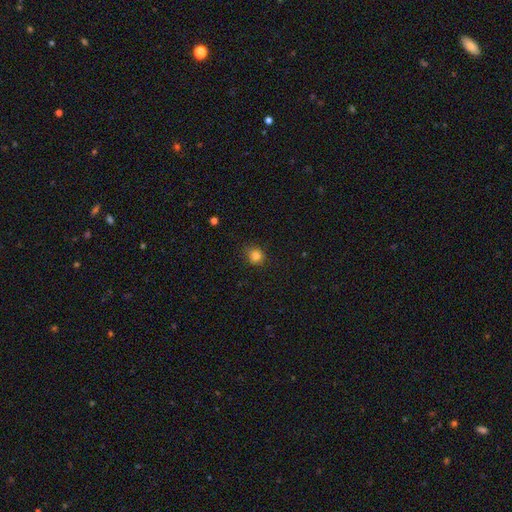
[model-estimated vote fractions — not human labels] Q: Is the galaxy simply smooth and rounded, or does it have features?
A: smooth — 82%.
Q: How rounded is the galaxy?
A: round — 81%.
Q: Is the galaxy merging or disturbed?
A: none — 77%.